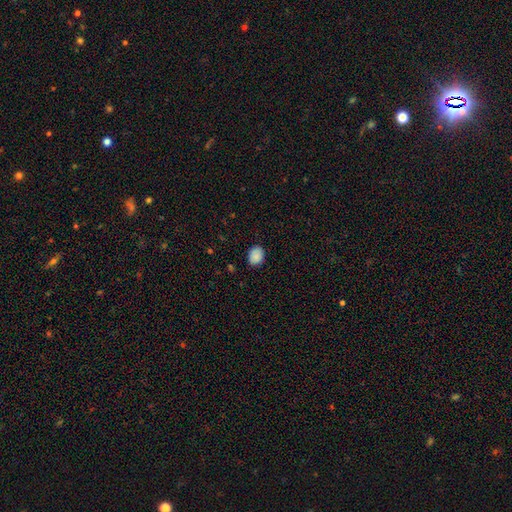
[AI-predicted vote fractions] smooth_or_featured: smooth (p=0.88) [alt: star or artifact p=0.08]
how_rounded: in between (p=0.51) [alt: round p=0.48]
merging: none (p=0.84) [alt: minor disturbance p=0.12]